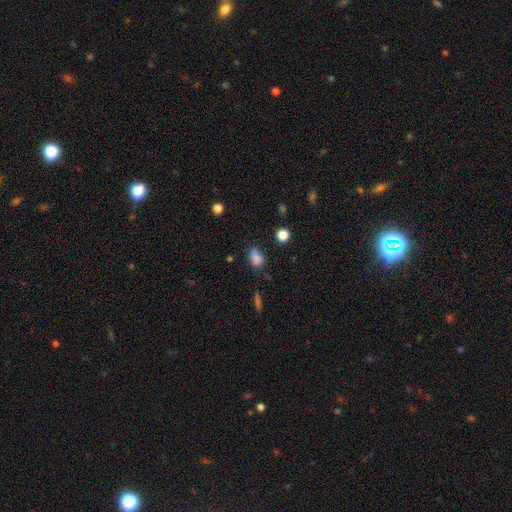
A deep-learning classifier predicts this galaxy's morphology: type=smooth (78%); roundness=in between (76%); merging=none (53%).